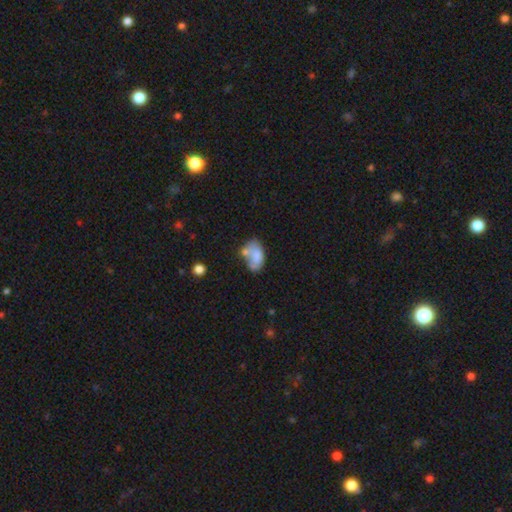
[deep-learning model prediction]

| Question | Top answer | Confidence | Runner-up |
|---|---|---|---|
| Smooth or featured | smooth | 66% | featured or disk (25%) |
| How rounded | in between | 89% | round (10%) |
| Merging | merger | 31% | none (30%) |